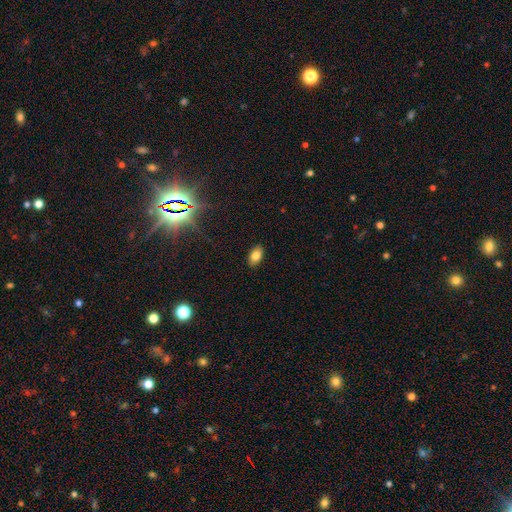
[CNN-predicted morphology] This appears to be a smooth galaxy with no disk features (80%) that is in between round and cigar-shaped (91%). Merging: none (89%).